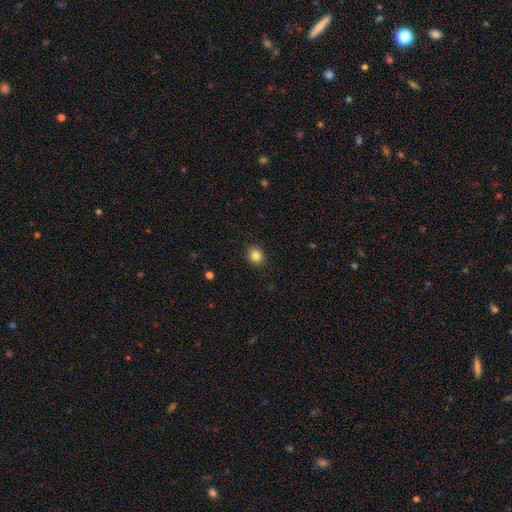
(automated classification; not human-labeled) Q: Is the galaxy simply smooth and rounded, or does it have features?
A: smooth — 84%.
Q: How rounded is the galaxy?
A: round — 71%.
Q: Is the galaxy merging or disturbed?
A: none — 89%.